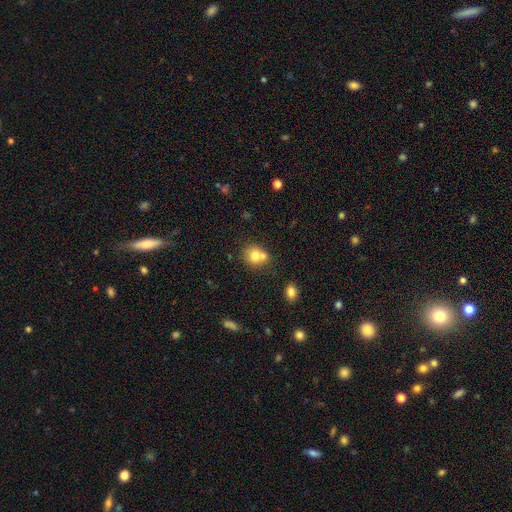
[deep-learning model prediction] Smooth or featured: smooth — 74% (featured or disk — 15%)
How rounded: round — 73% (in between — 26%)
Merging: merger — 44% (none — 43%)